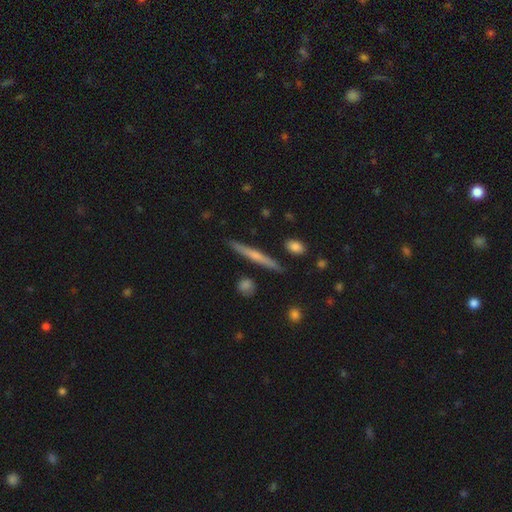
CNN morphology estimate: A featured or disk galaxy (48%).

Vote fractions:
- Smooth or featured? featured or disk: 48% / smooth: 46% / star or artifact: 6%
- Merging? none: 88% / minor disturbance: 8% / merger: 2% / major disturbance: 2%